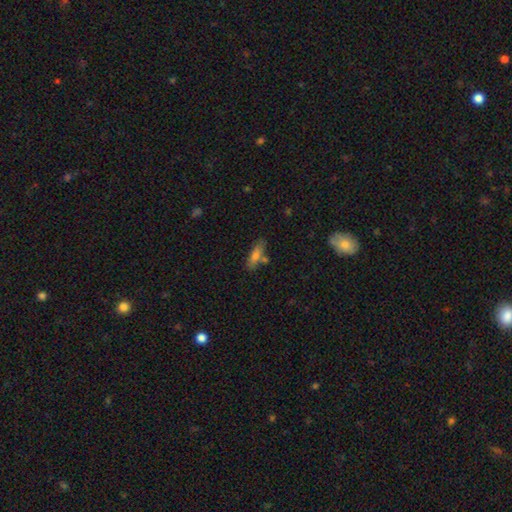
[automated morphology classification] A smooth galaxy with no disk features (49%). Merging: none (75%).